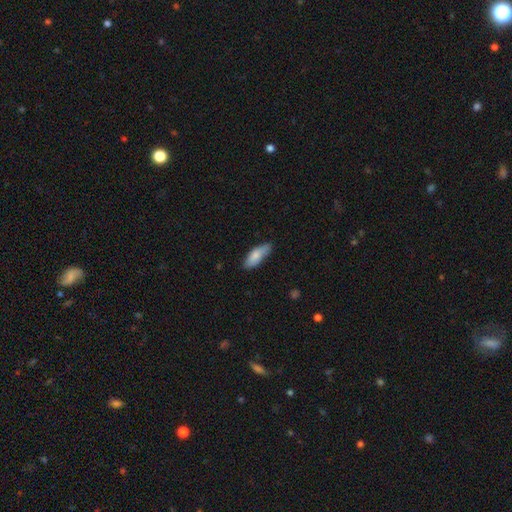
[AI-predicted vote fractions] smooth_or_featured: smooth (p=0.80) [alt: featured or disk p=0.14]
how_rounded: in between (p=0.70) [alt: cigar-shaped p=0.28]
merging: none (p=0.73) [alt: minor disturbance p=0.22]